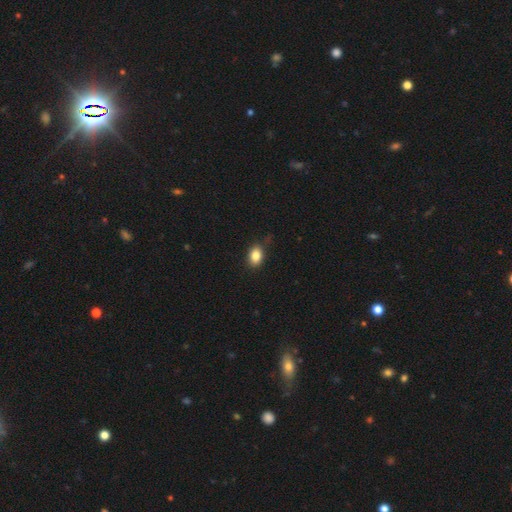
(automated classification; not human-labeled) Smooth or featured? smooth (85%)
How rounded? in between (79%)
Merging? none (79%)